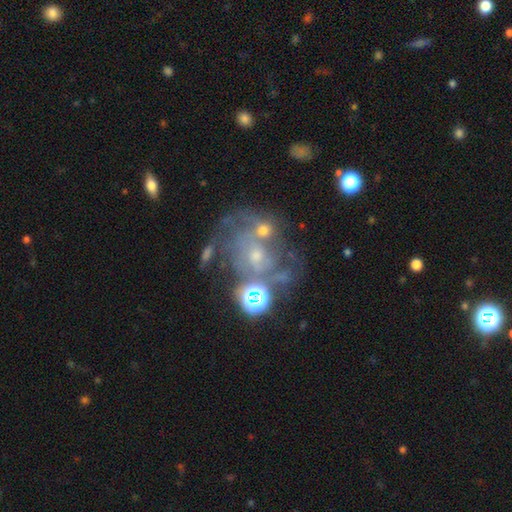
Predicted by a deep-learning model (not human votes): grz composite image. It shows a featured or disk galaxy (70%) with no bar (73%), tight (44%) spiral arms (79%) and a small central bulge (61%). Merging: none (50%).